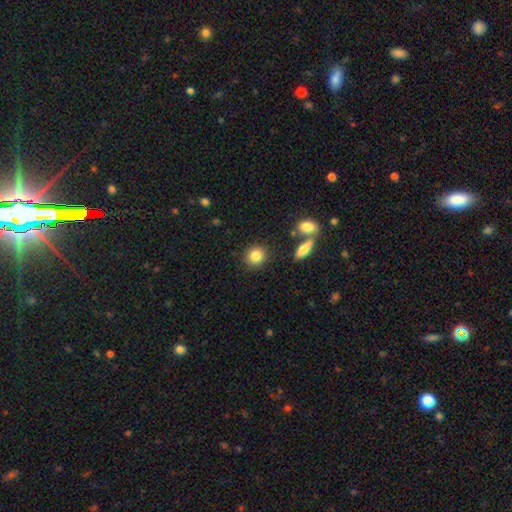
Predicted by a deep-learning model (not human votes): Smooth or featured: smooth — 85% (star or artifact — 9%)
How rounded: round — 80% (in between — 19%)
Merging: none — 84% (minor disturbance — 8%)